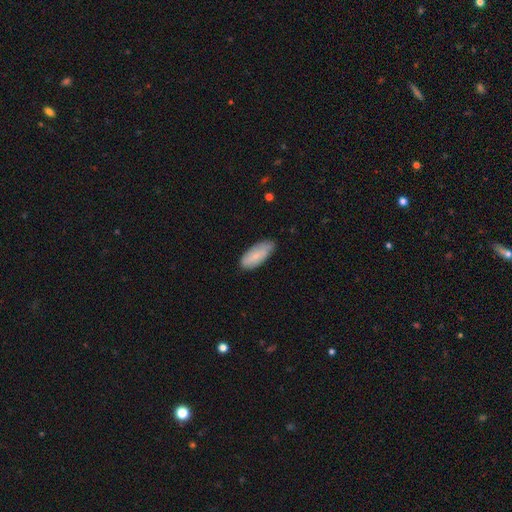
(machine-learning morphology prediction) type=smooth (74%); roundness=in between (83%); merging=none (65%).